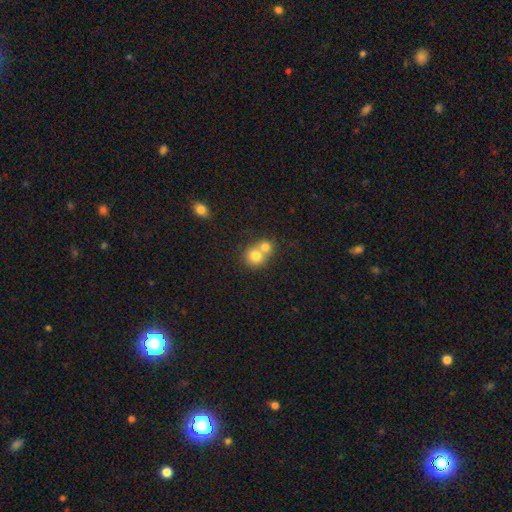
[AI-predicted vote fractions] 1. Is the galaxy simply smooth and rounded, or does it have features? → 76% smooth, 14% featured or disk, 10% star or artifact.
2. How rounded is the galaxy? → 82% round, 17% in between, 1% cigar-shaped.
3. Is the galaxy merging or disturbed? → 62% merger, 31% none, 5% minor disturbance, 2% major disturbance.